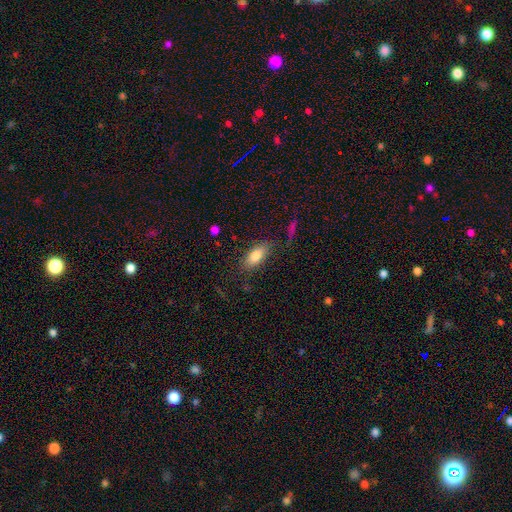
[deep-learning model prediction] Smooth or featured? Predicted: smooth (p=0.79). How rounded? Predicted: in between (p=0.87). Merging? Predicted: none (p=0.79).